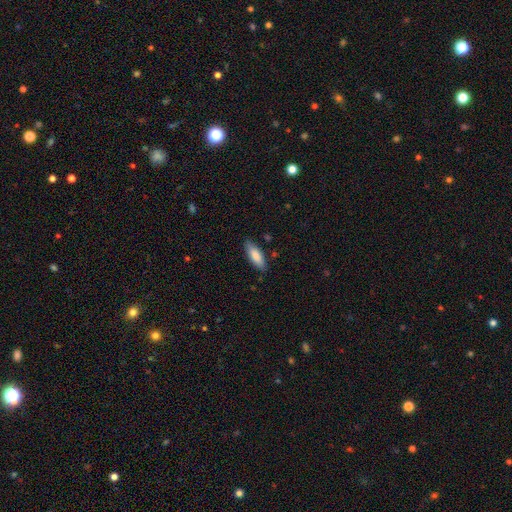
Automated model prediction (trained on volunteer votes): A smooth galaxy with no disk features (83%) that is in between round and cigar-shaped (63%). Merging: none (84%).